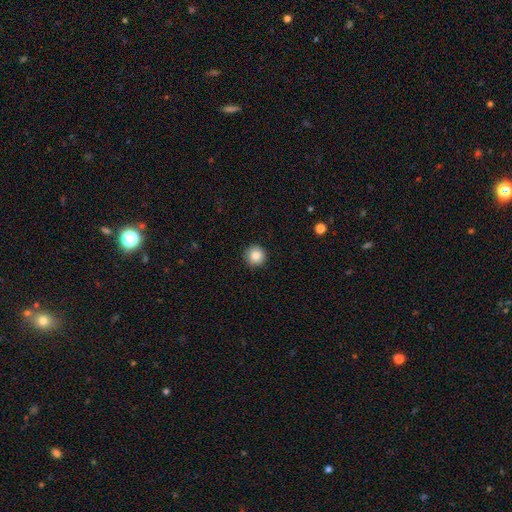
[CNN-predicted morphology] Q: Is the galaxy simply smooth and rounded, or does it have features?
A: smooth — 86%.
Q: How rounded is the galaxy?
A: round — 95%.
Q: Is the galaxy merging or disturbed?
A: none — 91%.